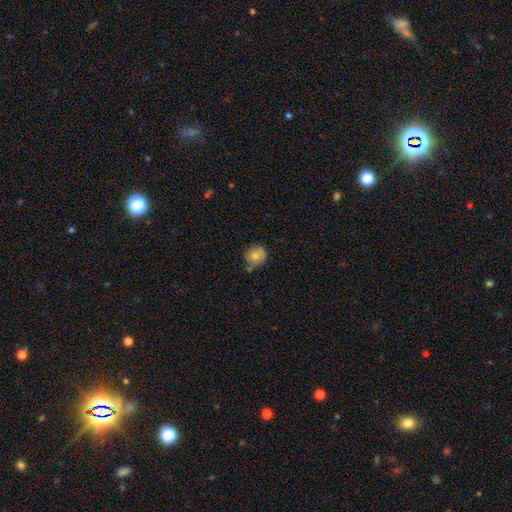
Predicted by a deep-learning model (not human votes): smooth-or-featured: smooth: 71% | featured or disk: 20% | star or artifact: 9%
  how-rounded: round: 81% | in between: 18% | cigar-shaped: 1%
  merging: none: 58% | minor disturbance: 26% | merger: 11% | major disturbance: 6%